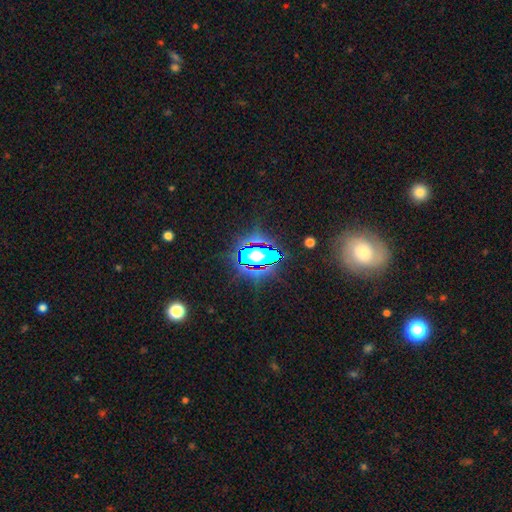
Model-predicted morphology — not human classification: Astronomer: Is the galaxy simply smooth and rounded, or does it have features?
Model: star or artifact — 56%.